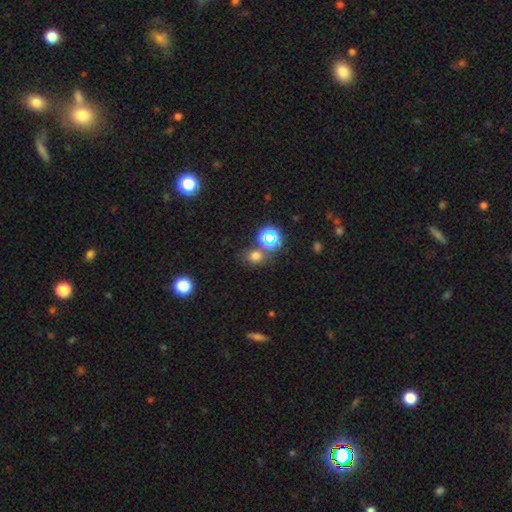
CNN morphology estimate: smooth 64%, star or artifact 29%, featured or disk 7%. Down the decision tree: how rounded — round (70%); merging — none (71%).